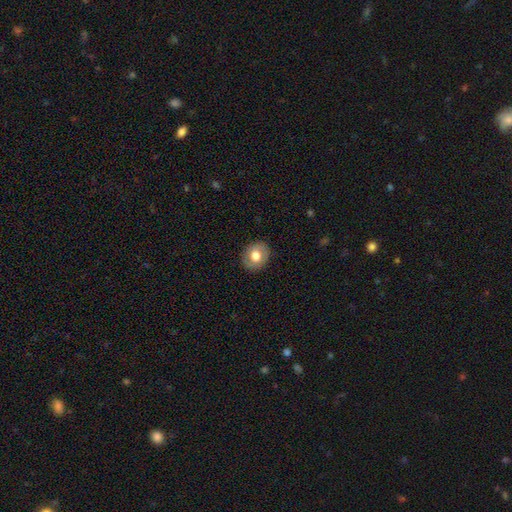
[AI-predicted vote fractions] Smooth or featured: smooth — 70% (featured or disk — 23%)
How rounded: round — 66% (in between — 33%)
Merging: none — 87% (minor disturbance — 9%)